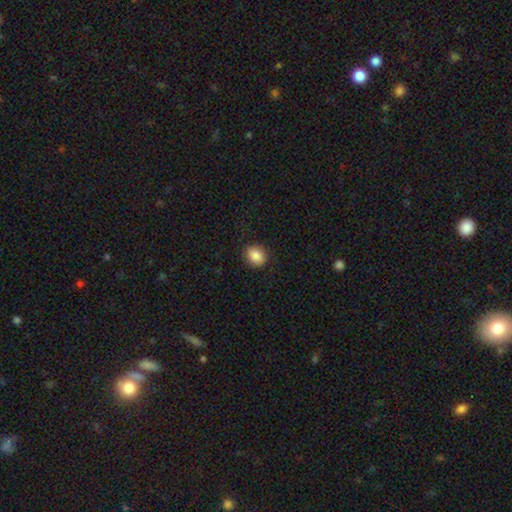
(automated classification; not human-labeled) Smooth or featured: smooth — 86% (star or artifact — 9%)
How rounded: round — 63% (in between — 36%)
Merging: none — 88% (minor disturbance — 9%)